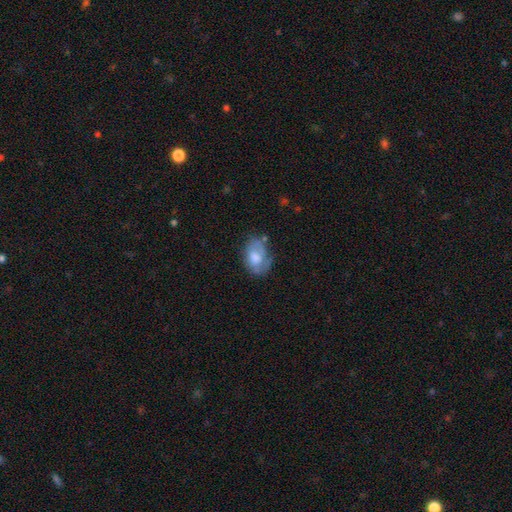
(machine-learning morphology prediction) smooth 47%, featured or disk 45%, star or artifact 8%. Down the decision tree: merging — none (53%).